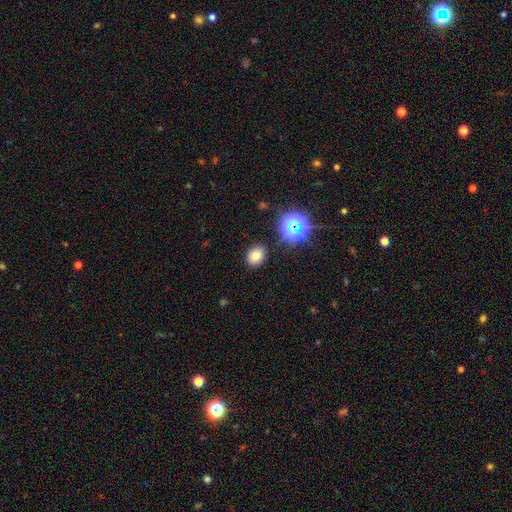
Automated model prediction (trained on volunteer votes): A smooth galaxy with no disk features (75%) that is in between round and cigar-shaped (53%). Merging: none (85%).